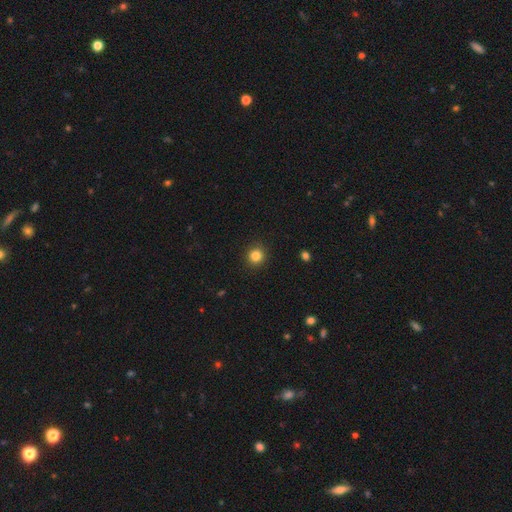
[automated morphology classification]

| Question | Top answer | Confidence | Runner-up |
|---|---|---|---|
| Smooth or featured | smooth | 84% | star or artifact (12%) |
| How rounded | round | 93% | in between (6%) |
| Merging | none | 91% | minor disturbance (6%) |